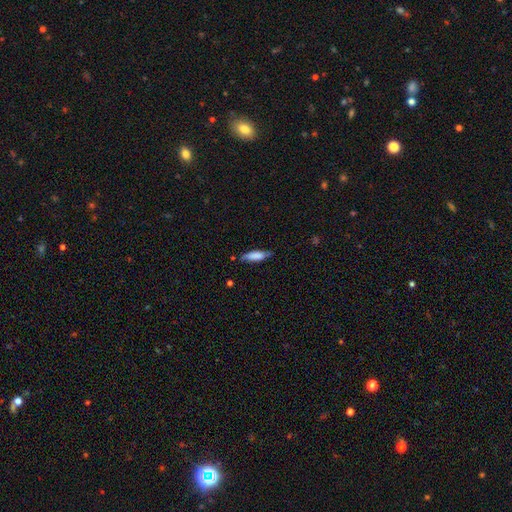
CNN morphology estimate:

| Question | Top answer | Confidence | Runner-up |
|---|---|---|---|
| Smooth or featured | smooth | 77% | featured or disk (17%) |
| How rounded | cigar-shaped | 60% | in between (38%) |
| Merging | none | 73% | minor disturbance (21%) |